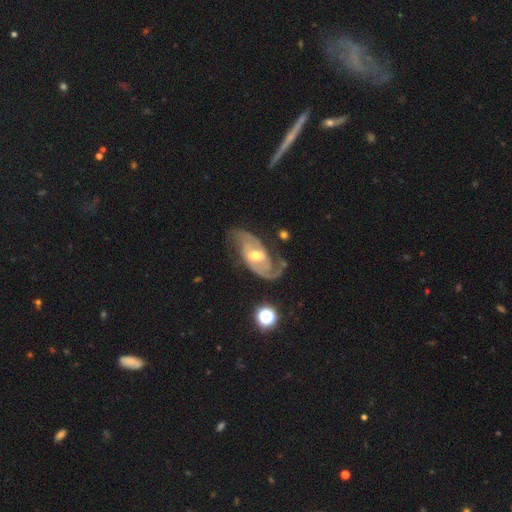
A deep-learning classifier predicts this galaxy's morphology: This appears to be a featured or disk galaxy (88%) with a weak bar (50%), 2 (87%) medium (51%) spiral arms (96%) and a moderate central bulge (65%). Merging: none (68%).